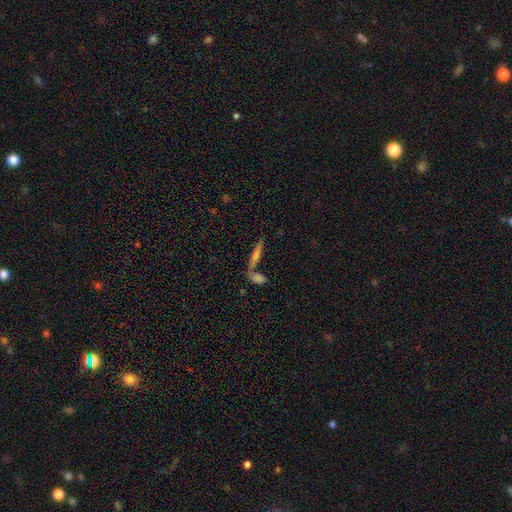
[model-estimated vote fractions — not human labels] smooth_or_featured: featured or disk (p=0.56) [alt: smooth p=0.33]
disk_edge_on: yes (p=0.91) [alt: no p=0.09]
edge_on_bulge: rounded (p=0.80) [alt: none p=0.12]
merging: none (p=0.59) [alt: merger p=0.27]